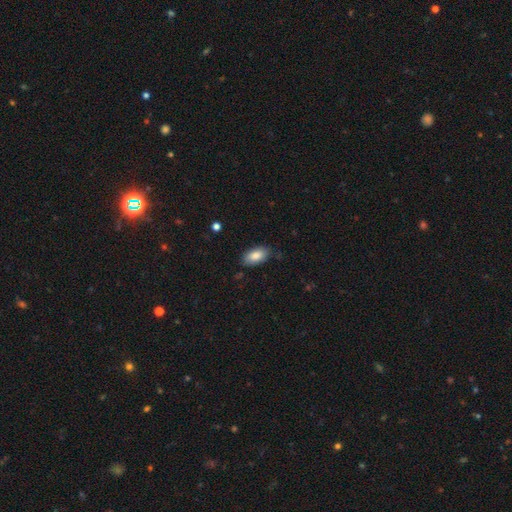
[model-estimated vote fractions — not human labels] Smooth or featured? smooth (84%)
How rounded? in between (93%)
Merging? none (83%)